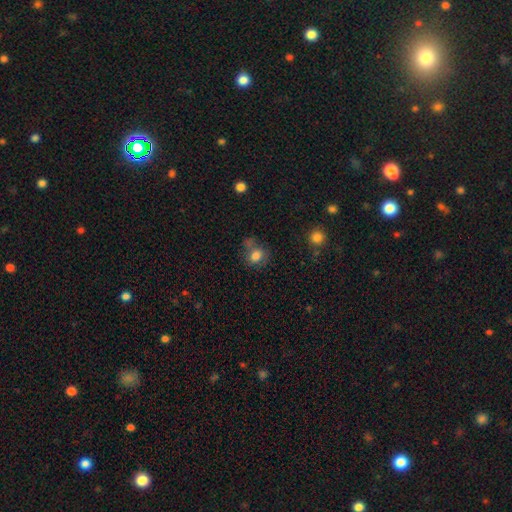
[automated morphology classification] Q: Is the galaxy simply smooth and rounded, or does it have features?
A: smooth — 79%.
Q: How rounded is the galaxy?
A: round — 59%.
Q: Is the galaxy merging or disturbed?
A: none — 53%.